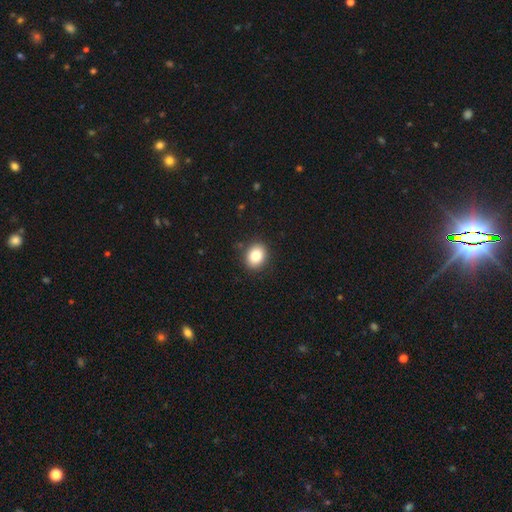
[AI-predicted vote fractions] Smooth or featured?
  - smooth: 82% *
  - star or artifact: 10%
  - featured or disk: 8%
How rounded?
  - round: 52% *
  - in between: 47%
  - cigar-shaped: 1%
Merging?
  - none: 89% *
  - minor disturbance: 8%
  - major disturbance: 2%
  - merger: 1%